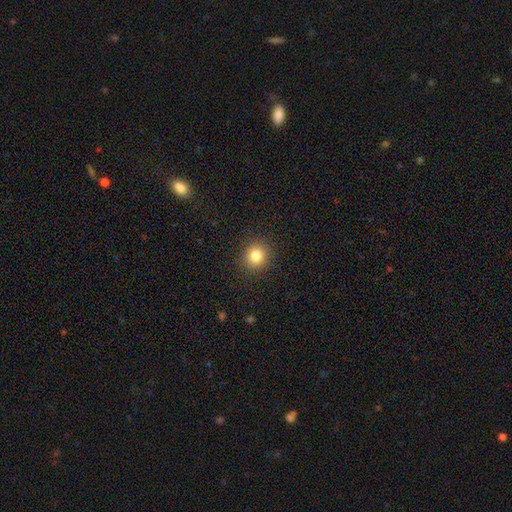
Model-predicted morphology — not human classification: A smooth galaxy with no disk features (82%) that is round (89%).

Vote fractions:
- Smooth or featured? smooth: 82% / star or artifact: 12% / featured or disk: 6%
- How rounded? round: 89% / in between: 10% / cigar-shaped: 1%
- Merging? none: 91% / minor disturbance: 6% / major disturbance: 2% / merger: 1%